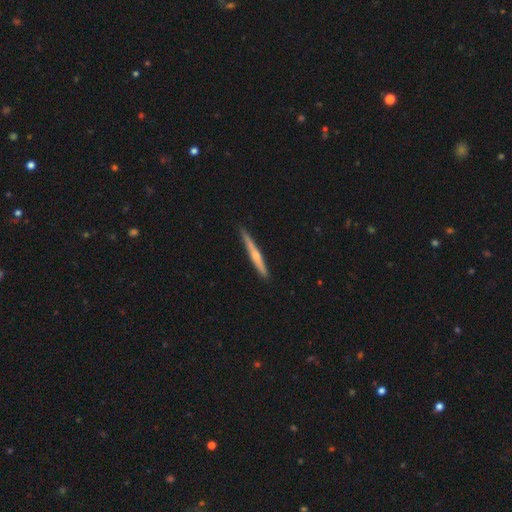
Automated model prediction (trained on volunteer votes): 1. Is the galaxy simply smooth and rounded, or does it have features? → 52% featured or disk, 42% smooth, 5% star or artifact.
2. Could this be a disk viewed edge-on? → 97% yes, 3% no.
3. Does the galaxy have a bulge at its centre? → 65% rounded, 29% none, 6% boxy.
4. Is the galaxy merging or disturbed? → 88% none, 9% minor disturbance, 1% major disturbance, 1% merger.